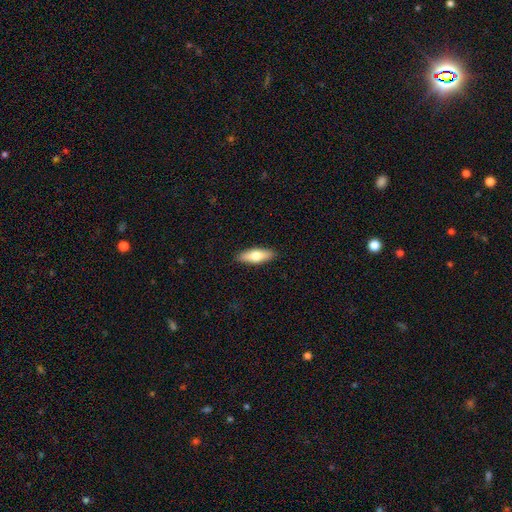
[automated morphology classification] Q: Smooth or featured?
A: smooth (65%); runner-up: featured or disk (30%)
Q: How rounded?
A: in between (60%); runner-up: cigar-shaped (37%)
Q: Merging?
A: none (90%); runner-up: minor disturbance (8%)